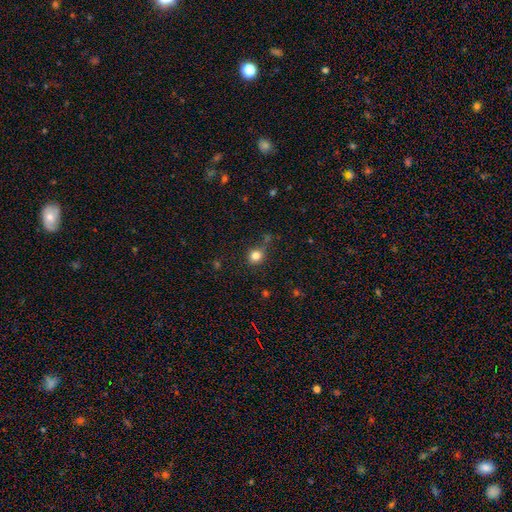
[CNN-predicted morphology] type=smooth (82%); roundness=round (82%); merging=none (77%).